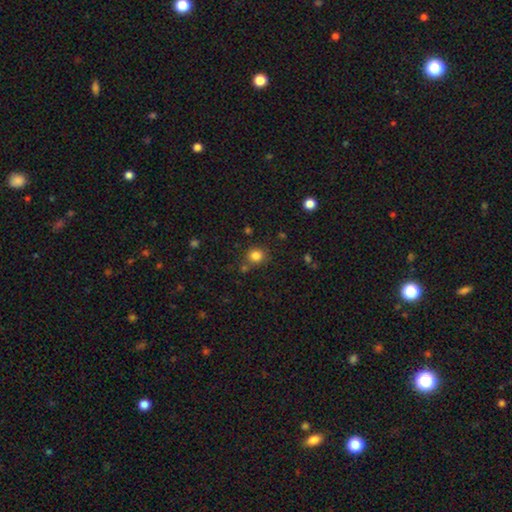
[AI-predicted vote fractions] This is clearly a smooth galaxy (82%). How rounded: clearly round (84%). Merging: likely none (76%).